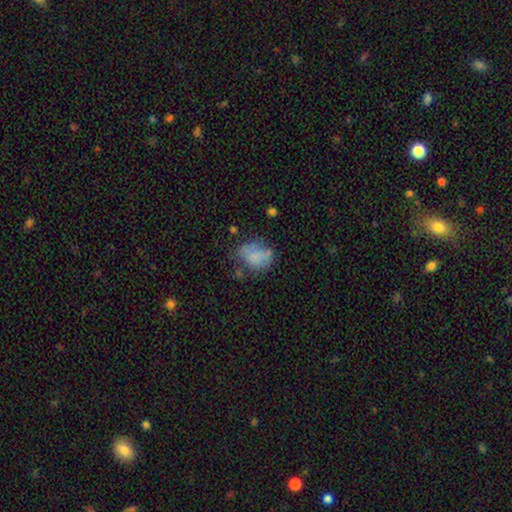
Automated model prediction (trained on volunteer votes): Smooth or featured: smooth — 67% (featured or disk — 22%)
How rounded: in between — 68% (round — 31%)
Merging: none — 43% (minor disturbance — 29%)